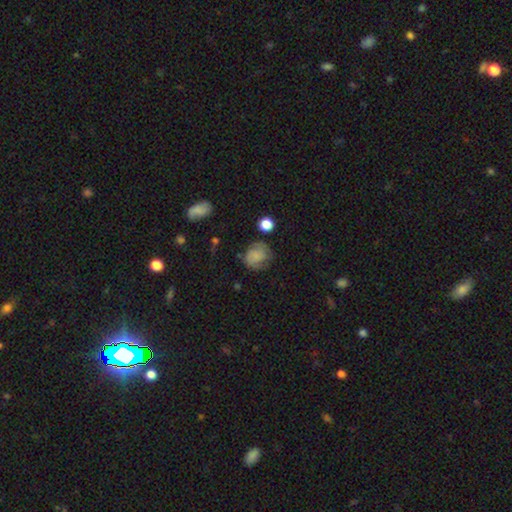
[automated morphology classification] Overall: smooth (65%). How rounded: round (69%; in between 30%). Merging: none (57%; minor disturbance 26%).